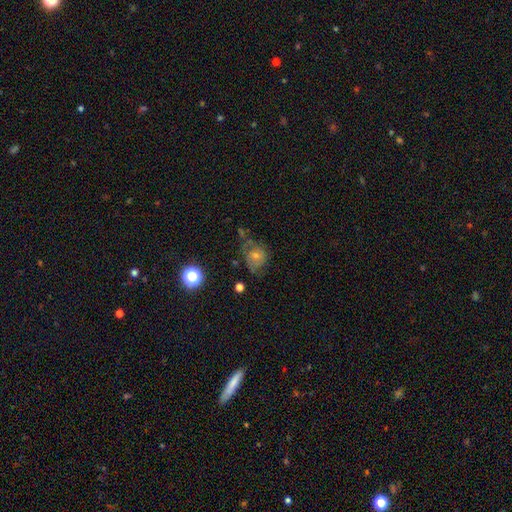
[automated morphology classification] Overall: featured or disk (48%; smooth 32%). Merging: none (53%; minor disturbance 25%).